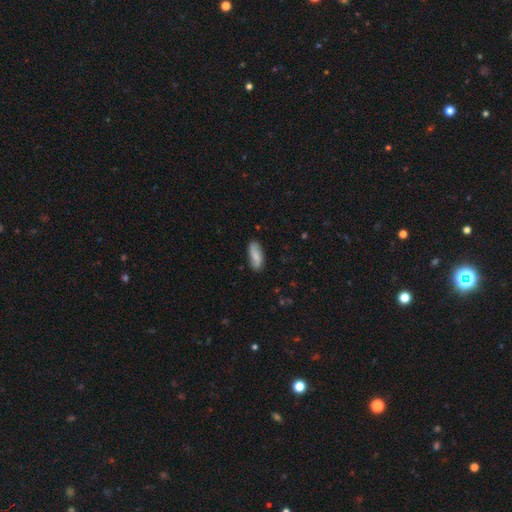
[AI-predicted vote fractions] A smooth galaxy with no disk features (65%) that is in between round and cigar-shaped (76%).

Vote fractions:
- Smooth or featured? smooth: 65% / featured or disk: 28% / star or artifact: 7%
- How rounded? in between: 76% / cigar-shaped: 22% / round: 3%
- Merging? none: 83% / minor disturbance: 13% / major disturbance: 3% / merger: 1%